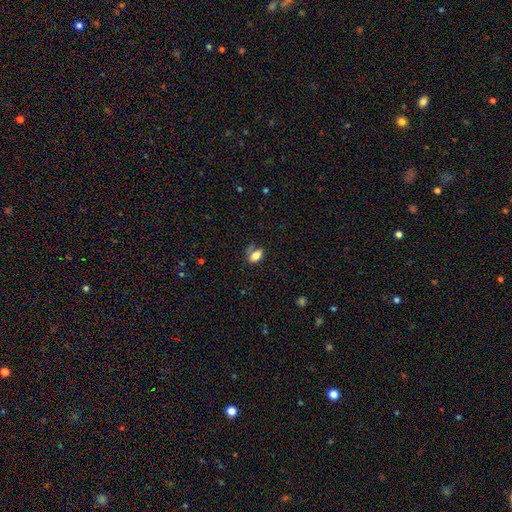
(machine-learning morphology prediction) This appears to be a smooth galaxy with no disk features (77%) that is in between round and cigar-shaped (86%). Merging: none (55%).